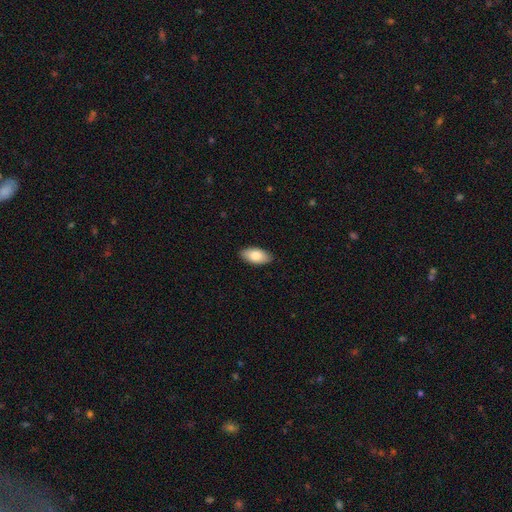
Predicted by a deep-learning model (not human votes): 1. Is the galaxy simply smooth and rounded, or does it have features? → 82% smooth, 12% featured or disk, 6% star or artifact.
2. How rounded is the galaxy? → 94% in between, 4% cigar-shaped, 3% round.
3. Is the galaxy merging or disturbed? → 89% none, 9% minor disturbance, 2% major disturbance, 1% merger.